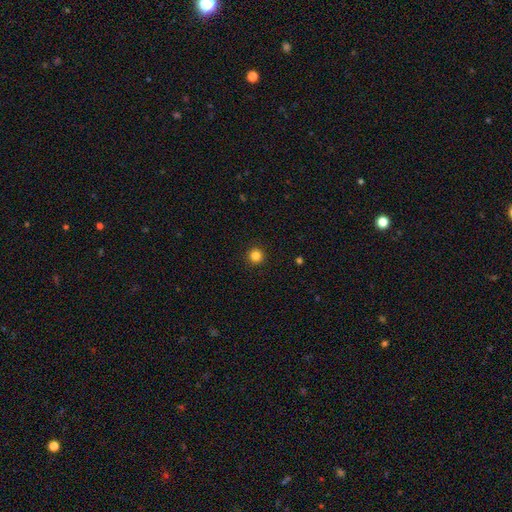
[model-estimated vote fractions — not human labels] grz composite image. It shows a smooth galaxy with no disk features (84%) that is round (96%). Merging: none (93%).